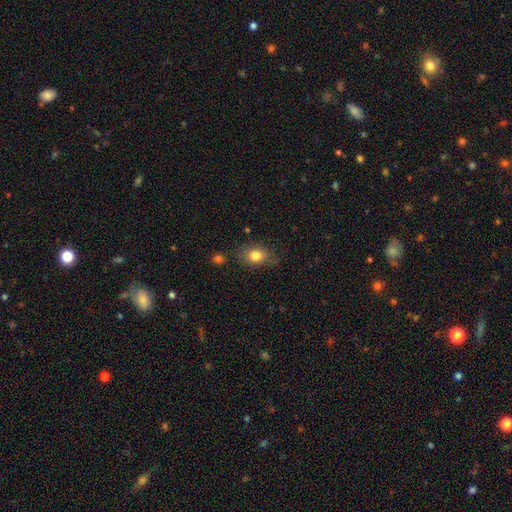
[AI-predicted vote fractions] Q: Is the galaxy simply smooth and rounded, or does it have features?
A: smooth — 81%.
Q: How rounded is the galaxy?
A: in between — 67%.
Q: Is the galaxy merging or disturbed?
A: none — 73%.